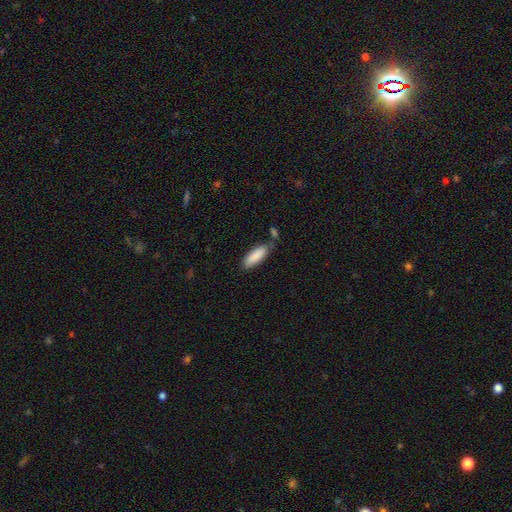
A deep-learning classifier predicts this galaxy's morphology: Smooth or featured?
  - smooth: 87% *
  - featured or disk: 7%
  - star or artifact: 6%
How rounded?
  - in between: 57% *
  - cigar-shaped: 42%
  - round: 1%
Merging?
  - none: 66% *
  - minor disturbance: 18%
  - merger: 12%
  - major disturbance: 4%